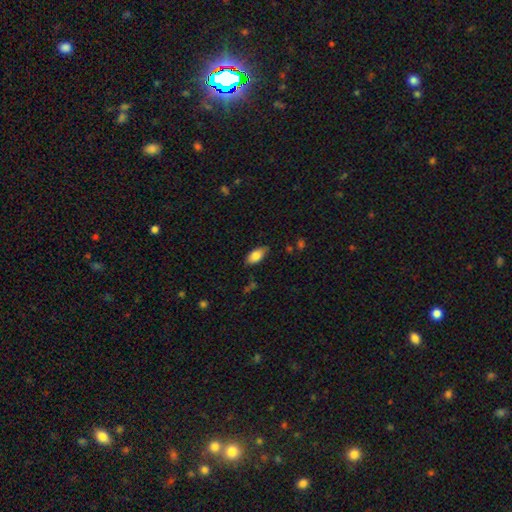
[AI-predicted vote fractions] Overall: smooth (82%). How rounded: in between (91%). Merging: none (81%).